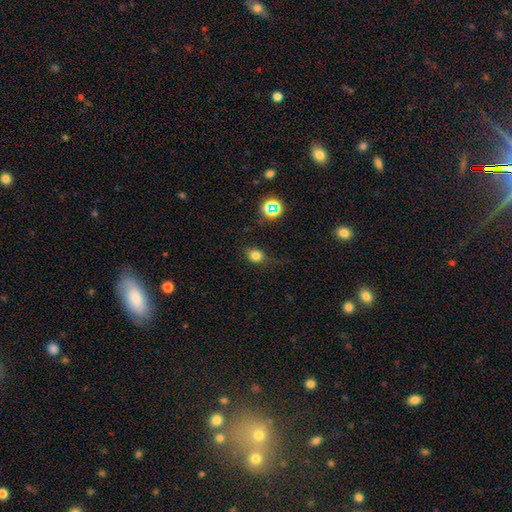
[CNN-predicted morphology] Overall: smooth (77%). How rounded: round (60%; in between 39%). Merging: none (74%).